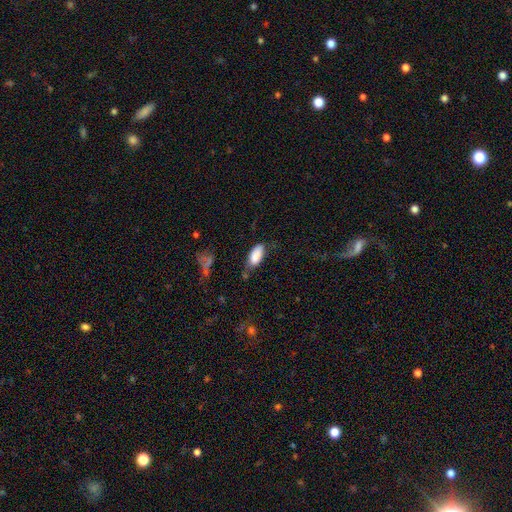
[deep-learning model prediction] smooth 87%, star or artifact 7%, featured or disk 6%. Down the decision tree: how rounded — in between (89%); merging — none (60%).